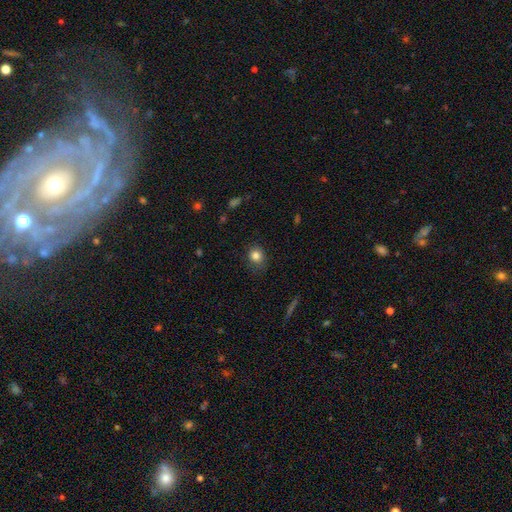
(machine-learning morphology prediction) Smooth or featured: smooth — 83% (star or artifact — 11%)
How rounded: round — 74% (in between — 25%)
Merging: none — 82% (minor disturbance — 14%)